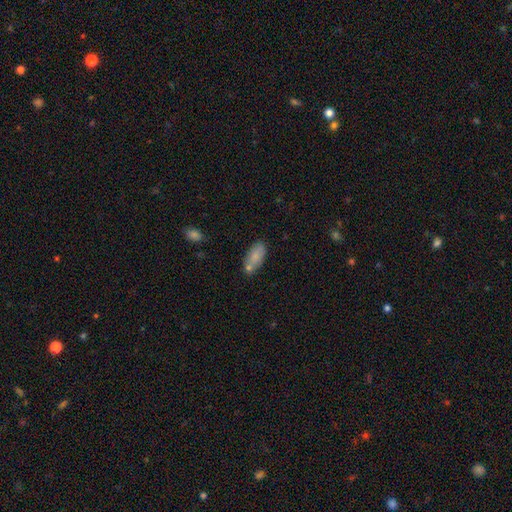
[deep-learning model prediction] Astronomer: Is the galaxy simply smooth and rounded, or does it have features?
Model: smooth — 80%.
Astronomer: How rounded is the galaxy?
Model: in between — 87%.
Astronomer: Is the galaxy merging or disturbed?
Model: none — 63%.